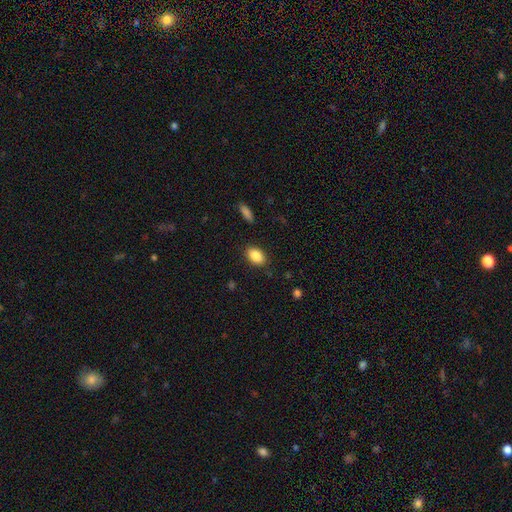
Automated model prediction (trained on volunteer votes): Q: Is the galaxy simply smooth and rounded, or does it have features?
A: smooth — 87%.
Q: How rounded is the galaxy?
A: in between — 86%.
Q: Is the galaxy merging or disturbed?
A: none — 86%.